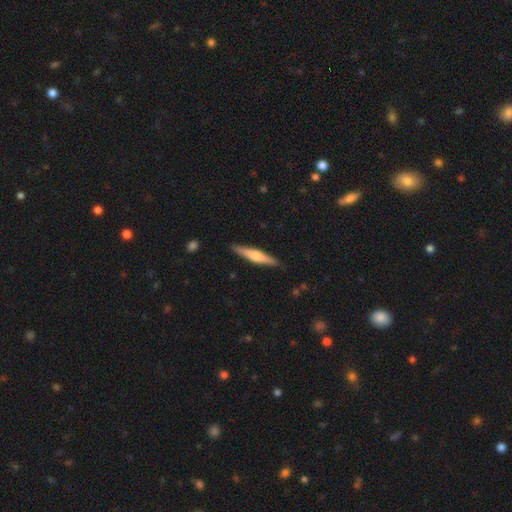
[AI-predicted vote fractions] This is possibly a featured or disk galaxy (51%). It is clearly viewed edge-on (96%). Merging: clearly none (90%).